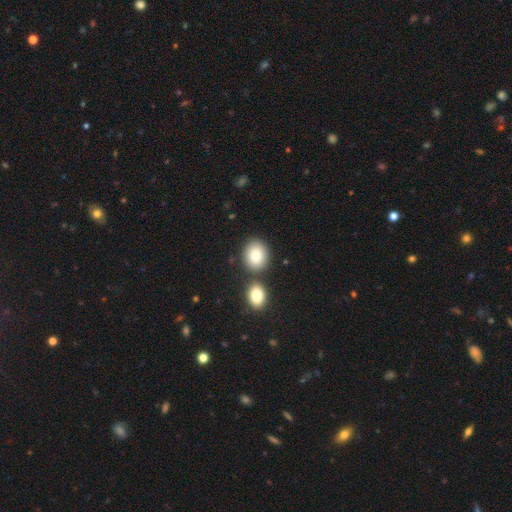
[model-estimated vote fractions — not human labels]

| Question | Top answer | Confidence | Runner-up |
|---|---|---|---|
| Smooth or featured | smooth | 83% | featured or disk (9%) |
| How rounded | in between | 51% | round (48%) |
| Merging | none | 67% | merger (22%) |